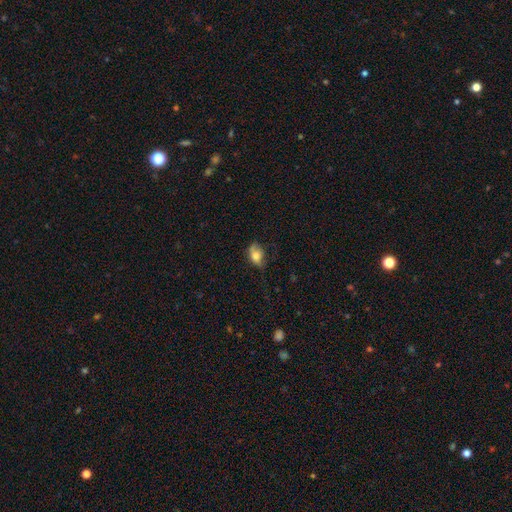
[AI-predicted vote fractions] Overall: smooth (74%). How rounded: in between (78%). Merging: none (52%; minor disturbance 34%).